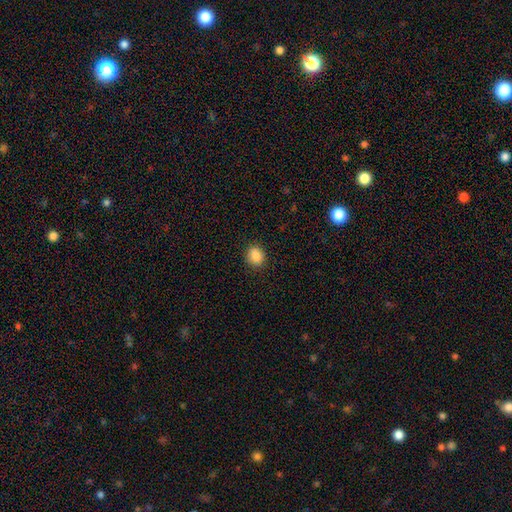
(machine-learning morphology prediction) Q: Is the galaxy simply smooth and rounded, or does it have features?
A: smooth — 86%.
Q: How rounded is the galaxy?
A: round — 66%.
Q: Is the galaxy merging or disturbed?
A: none — 86%.